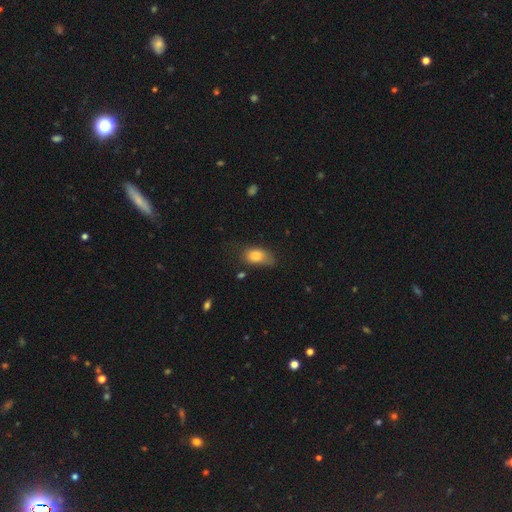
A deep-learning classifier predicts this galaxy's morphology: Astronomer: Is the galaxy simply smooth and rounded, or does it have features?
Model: smooth — 81%.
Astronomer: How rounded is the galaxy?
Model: in between — 84%.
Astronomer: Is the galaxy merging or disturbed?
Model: none — 44% (runner-up: minor disturbance, 37%).